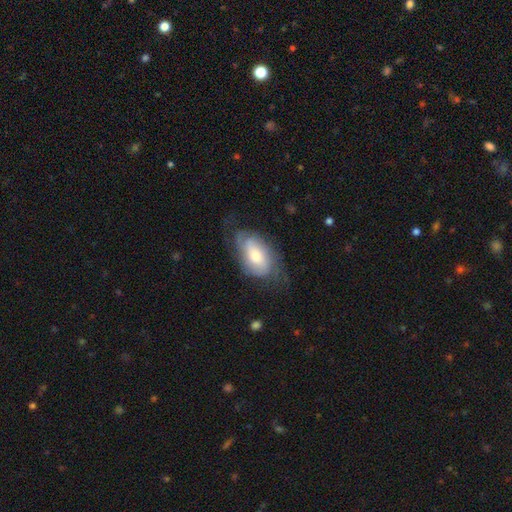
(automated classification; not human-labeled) Morphology: type=featured or disk (59%); edge-on=no (94%); bar=no (63%); spiral arms=yes (86%); bulge=moderate (48%); merging=none (56%).